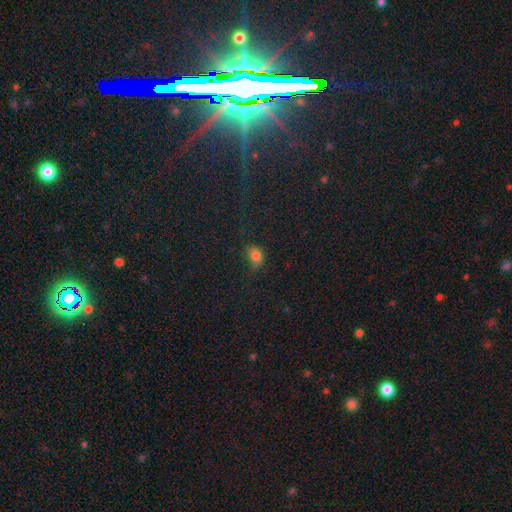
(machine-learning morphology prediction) Smooth or featured? smooth (79%)
How rounded? in between (60%)
Merging? none (54%)